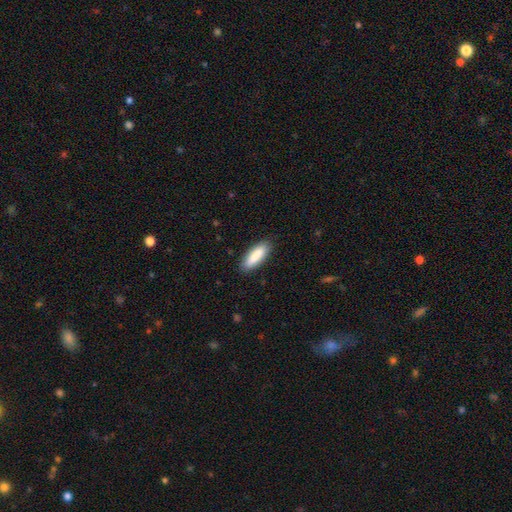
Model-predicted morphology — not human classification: Q: Smooth or featured?
A: smooth (88%); runner-up: featured or disk (6%)
Q: How rounded?
A: in between (59%); runner-up: cigar-shaped (40%)
Q: Merging?
A: none (88%); runner-up: minor disturbance (9%)